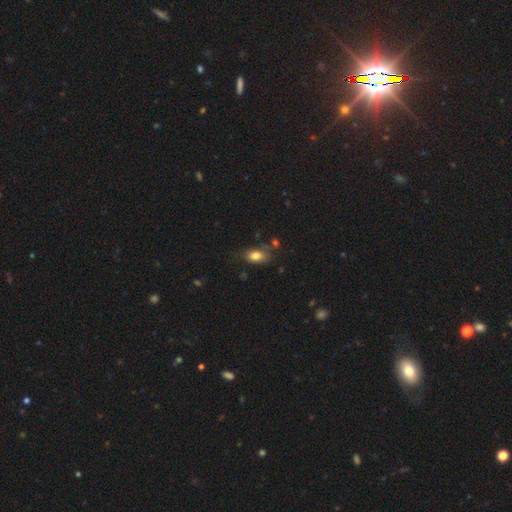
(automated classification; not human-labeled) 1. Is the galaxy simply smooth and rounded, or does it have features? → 80% smooth, 11% featured or disk, 9% star or artifact.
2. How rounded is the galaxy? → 87% in between, 10% round, 3% cigar-shaped.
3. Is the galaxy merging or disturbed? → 69% none, 20% minor disturbance, 6% merger, 5% major disturbance.